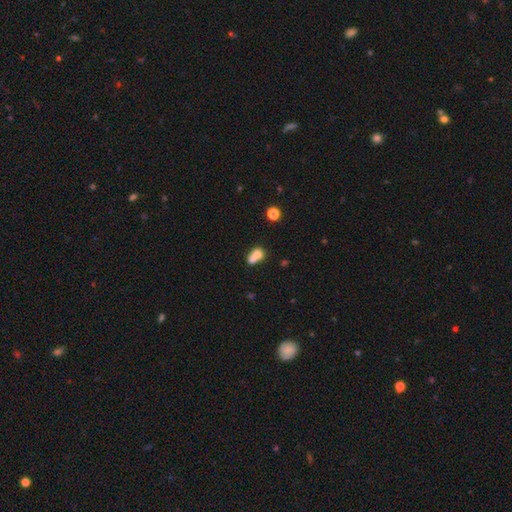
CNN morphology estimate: A smooth galaxy with no disk features (73%) that is in between round and cigar-shaped (73%).

Vote fractions:
- Smooth or featured? smooth: 73% / featured or disk: 16% / star or artifact: 11%
- How rounded? in between: 73% / round: 15% / cigar-shaped: 12%
- Merging? merger: 37% / none: 34% / minor disturbance: 18% / major disturbance: 11%